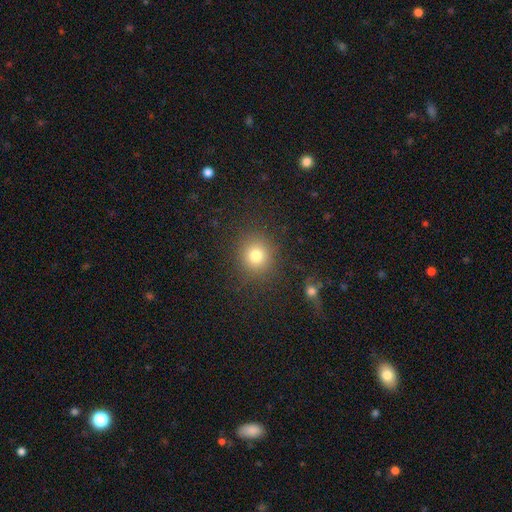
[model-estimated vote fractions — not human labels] Q: Smooth or featured?
A: smooth (78%); runner-up: star or artifact (14%)
Q: How rounded?
A: round (88%); runner-up: in between (11%)
Q: Merging?
A: none (88%); runner-up: minor disturbance (7%)